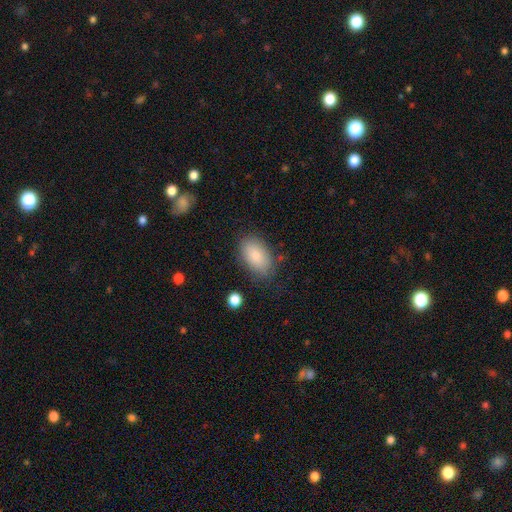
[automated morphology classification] Smooth or featured? Predicted: smooth (p=0.84). How rounded? Predicted: in between (p=0.93). Merging? Predicted: none (p=0.78).